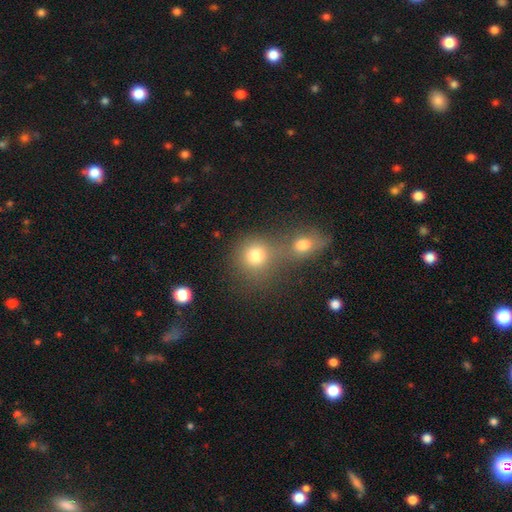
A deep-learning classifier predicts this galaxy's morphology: Smooth or featured? smooth (77%)
How rounded? round (84%)
Merging? merger (47%)